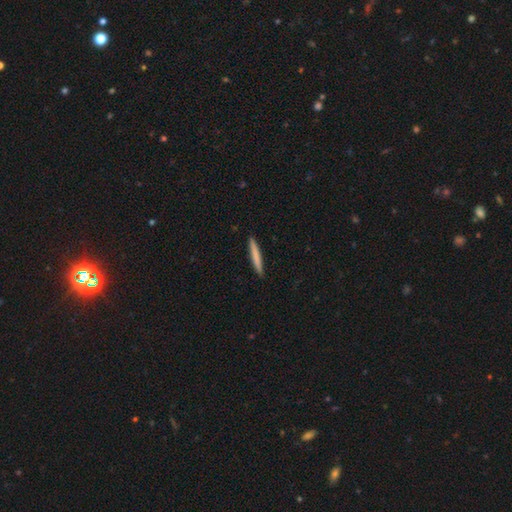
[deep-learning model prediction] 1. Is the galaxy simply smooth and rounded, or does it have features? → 74% smooth, 21% featured or disk, 5% star or artifact.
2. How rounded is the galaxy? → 96% cigar-shaped, 2% in between, 1% round.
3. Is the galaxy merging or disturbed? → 92% none, 6% minor disturbance, 1% major disturbance, 1% merger.